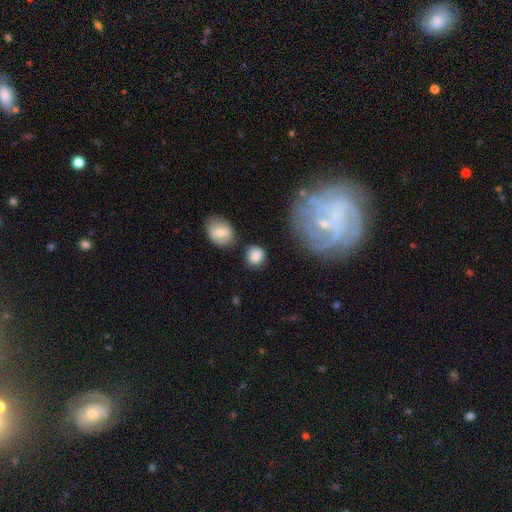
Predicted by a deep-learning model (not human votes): Smooth or featured? Predicted: smooth (p=0.83). How rounded? Predicted: round (p=0.71). Merging? Predicted: none (p=0.70).